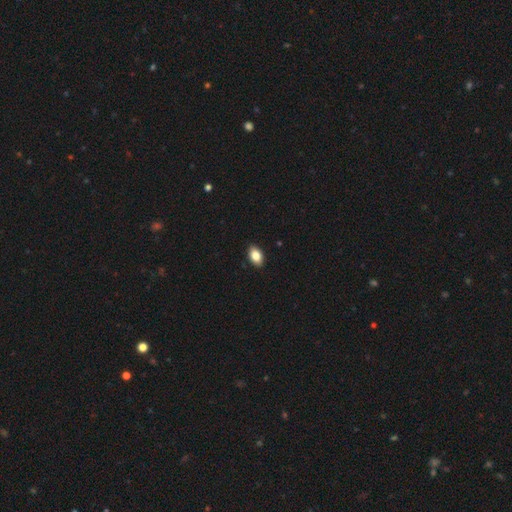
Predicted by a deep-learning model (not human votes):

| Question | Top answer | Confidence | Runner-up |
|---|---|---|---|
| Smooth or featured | smooth | 84% | featured or disk (8%) |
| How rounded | in between | 90% | round (8%) |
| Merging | none | 90% | minor disturbance (8%) |